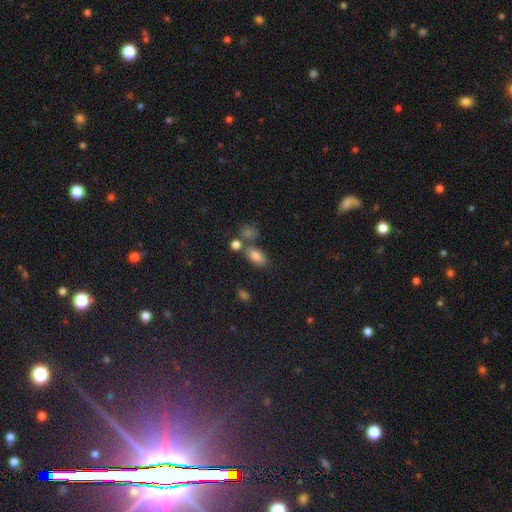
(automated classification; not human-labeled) smooth-or-featured: smooth: 80% | star or artifact: 10% | featured or disk: 9%
  how-rounded: in between: 87% | round: 7% | cigar-shaped: 5%
  merging: none: 59% | merger: 22% | minor disturbance: 14% | major disturbance: 5%